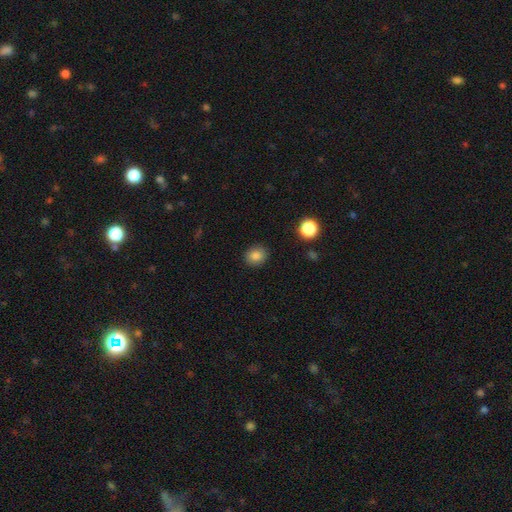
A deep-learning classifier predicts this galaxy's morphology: This is clearly a smooth galaxy (84%). How rounded: likely round (69%). Merging: clearly none (89%).